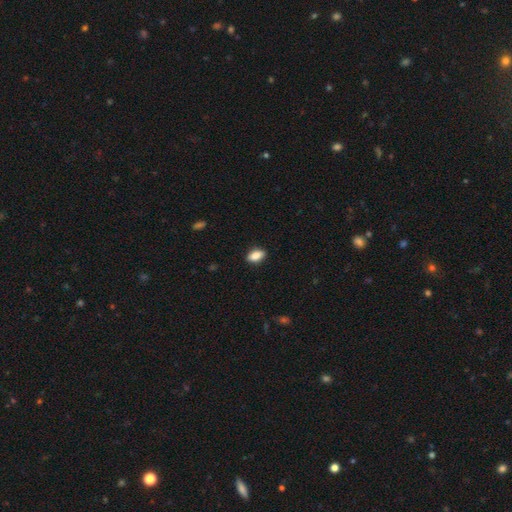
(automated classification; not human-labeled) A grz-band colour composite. It shows a smooth galaxy with no disk features (85%) that is in between round and cigar-shaped (88%). Merging: none (87%).